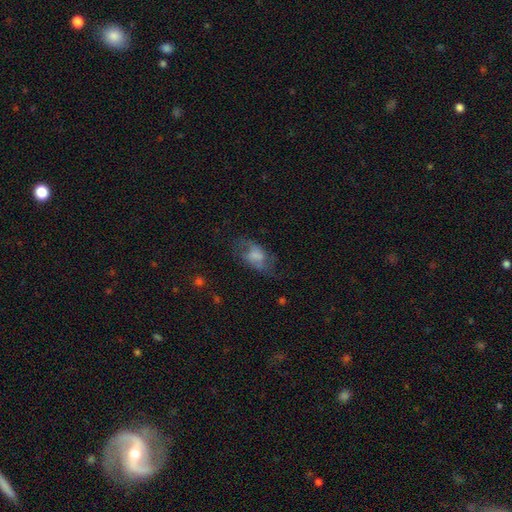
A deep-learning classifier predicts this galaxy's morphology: This is possibly a smooth galaxy (50%). Merging: marginally none (44%).